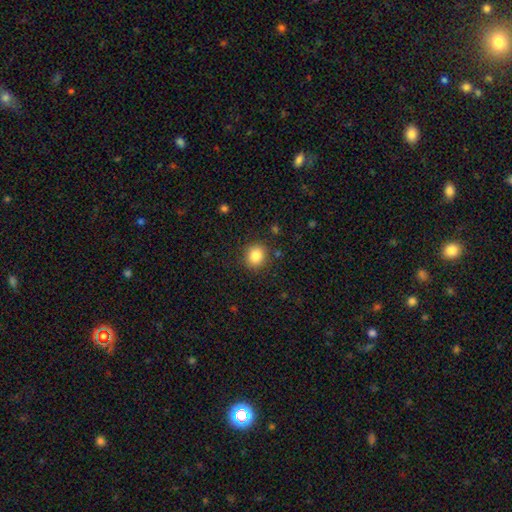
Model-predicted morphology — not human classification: smooth_or_featured: smooth (p=0.85) [alt: star or artifact p=0.10]
how_rounded: round (p=0.84) [alt: in between p=0.16]
merging: none (p=0.88) [alt: minor disturbance p=0.08]